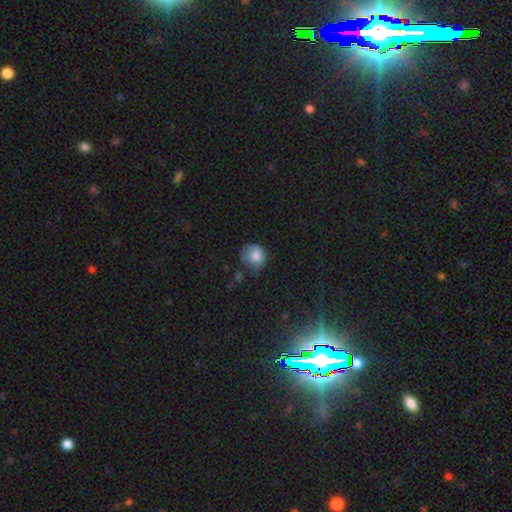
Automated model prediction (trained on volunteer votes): A smooth galaxy with no disk features (78%) that is round (77%). Merging: none (39%).